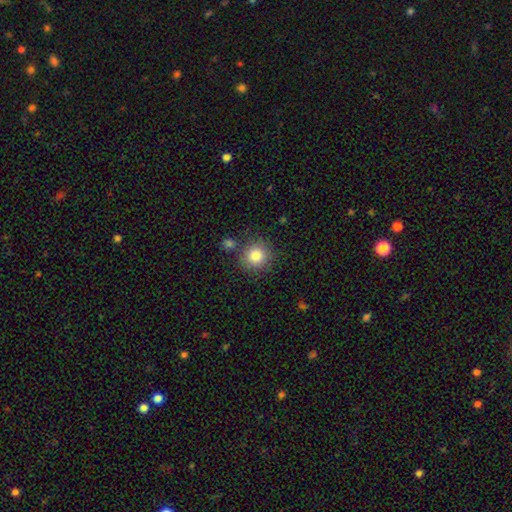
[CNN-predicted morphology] The model was most divided on "merging": none: 80%, minor disturbance: 10%, merger: 7%, major disturbance: 3%. More confident: how rounded — round (93%); smooth or featured — smooth (82%).